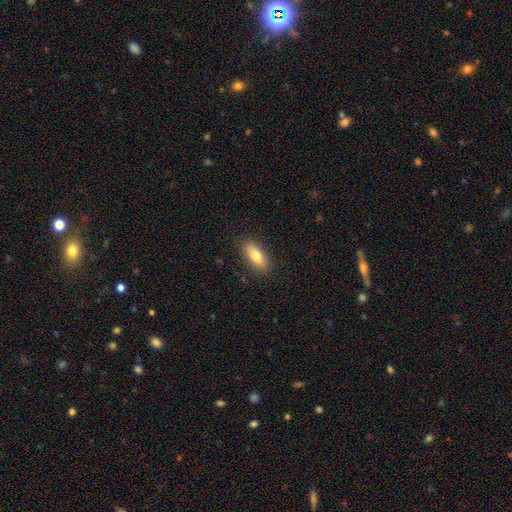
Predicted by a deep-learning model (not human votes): A smooth galaxy with no disk features (77%) that is in between round and cigar-shaped (80%).

Vote fractions:
- Smooth or featured? smooth: 77% / featured or disk: 16% / star or artifact: 7%
- How rounded? in between: 80% / cigar-shaped: 17% / round: 3%
- Merging? none: 88% / minor disturbance: 9% / major disturbance: 2% / merger: 1%